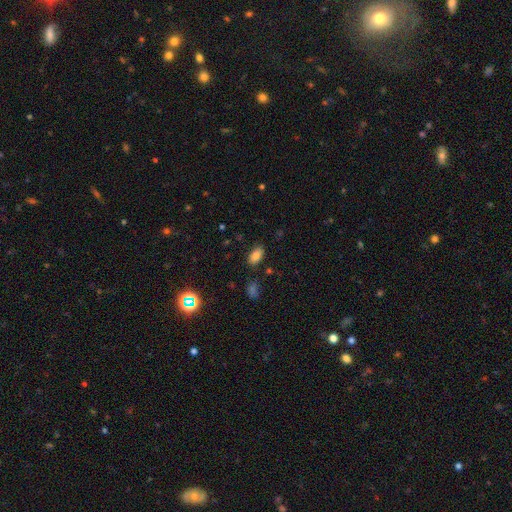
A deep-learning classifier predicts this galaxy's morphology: This appears to be a smooth galaxy with no disk features (80%) that is in between round and cigar-shaped (92%). Merging: none (83%).